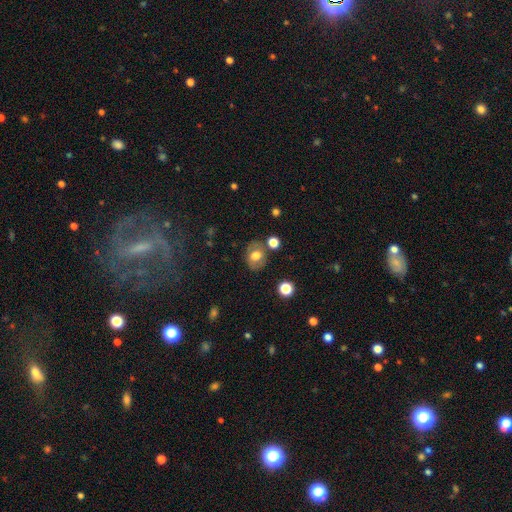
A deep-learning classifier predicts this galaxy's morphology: smooth-or-featured: smooth: 66% | featured or disk: 24% | star or artifact: 10%
  how-rounded: in between: 52% | round: 47% | cigar-shaped: 1%
  merging: none: 74% | minor disturbance: 15% | merger: 7% | major disturbance: 5%